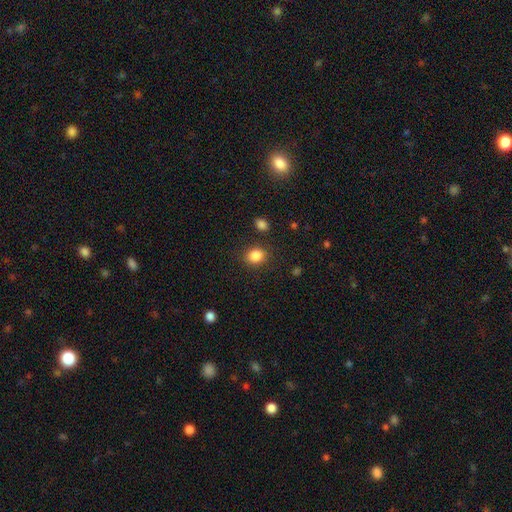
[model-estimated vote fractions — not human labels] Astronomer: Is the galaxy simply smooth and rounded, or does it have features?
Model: smooth — 86%.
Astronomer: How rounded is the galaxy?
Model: round — 61% (runner-up: in between, 38%).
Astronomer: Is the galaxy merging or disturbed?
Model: none — 82%.